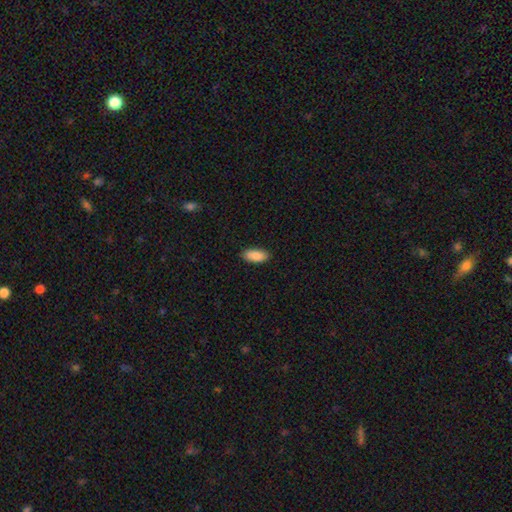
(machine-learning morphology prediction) A smooth galaxy with no disk features (90%) that is in between round and cigar-shaped (88%).

Vote fractions:
- Smooth or featured? smooth: 90% / star or artifact: 6% / featured or disk: 4%
- How rounded? in between: 88% / cigar-shaped: 10% / round: 2%
- Merging? none: 89% / minor disturbance: 8% / major disturbance: 2% / merger: 1%